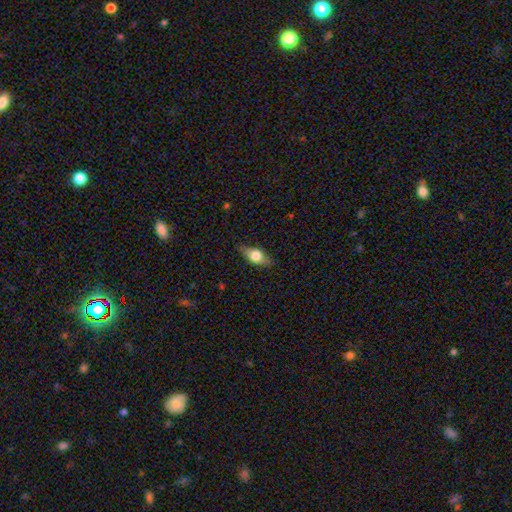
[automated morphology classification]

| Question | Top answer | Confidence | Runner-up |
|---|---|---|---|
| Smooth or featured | smooth | 62% | featured or disk (30%) |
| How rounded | in between | 78% | cigar-shaped (15%) |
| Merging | none | 81% | minor disturbance (15%) |